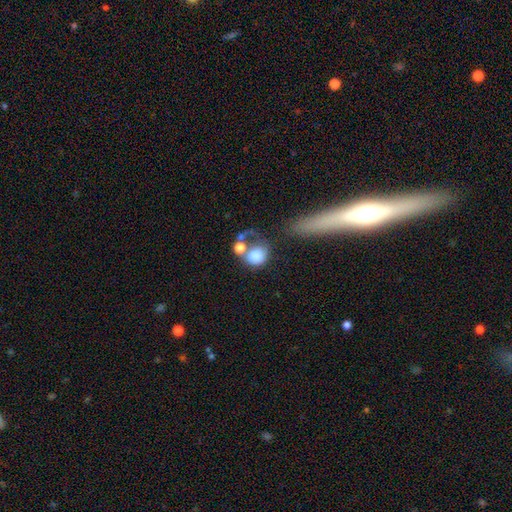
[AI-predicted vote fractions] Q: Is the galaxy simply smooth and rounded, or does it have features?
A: smooth — 76%.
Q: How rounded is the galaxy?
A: round — 72%.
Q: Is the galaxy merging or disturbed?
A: merger — 39%.